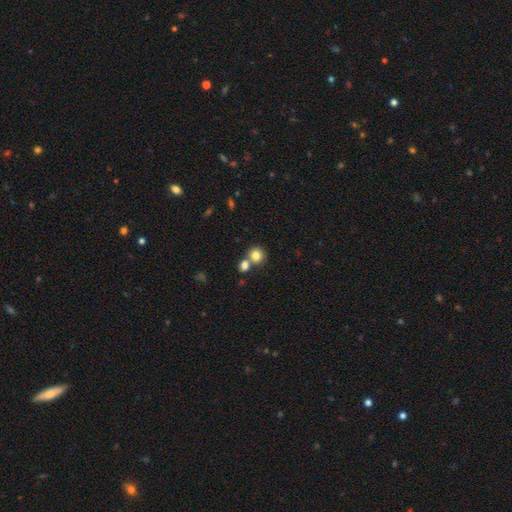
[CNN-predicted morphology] Q: Smooth or featured?
A: smooth (81%); runner-up: star or artifact (10%)
Q: How rounded?
A: round (83%); runner-up: in between (17%)
Q: Merging?
A: none (49%); runner-up: merger (40%)